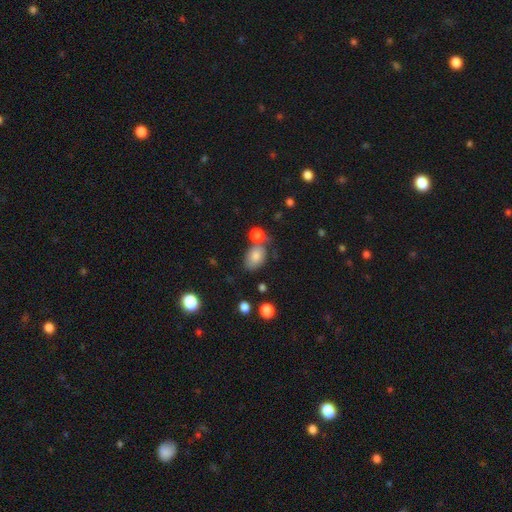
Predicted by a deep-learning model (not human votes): A smooth galaxy with no disk features (80%) that is in between round and cigar-shaped (82%). Merging: none (53%).